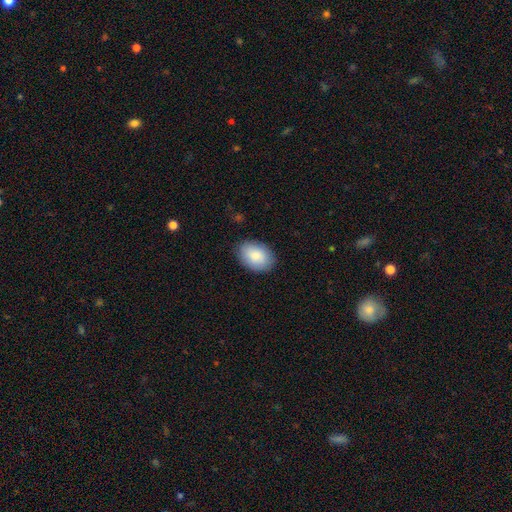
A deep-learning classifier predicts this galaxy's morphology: type=smooth (86%); roundness=in between (82%); merging=none (86%).